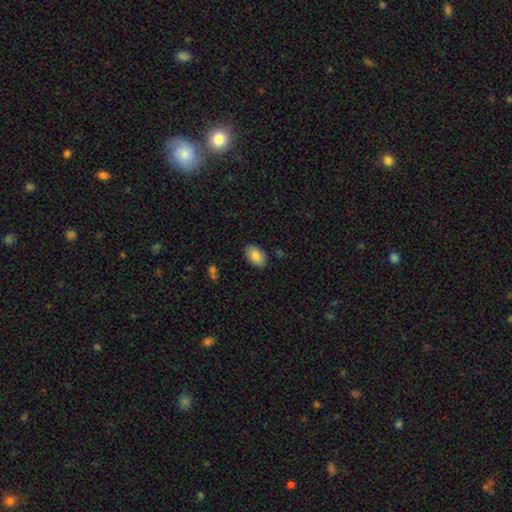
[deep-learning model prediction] A smooth galaxy with no disk features (83%) that is in between round and cigar-shaped (92%). Merging: none (87%).